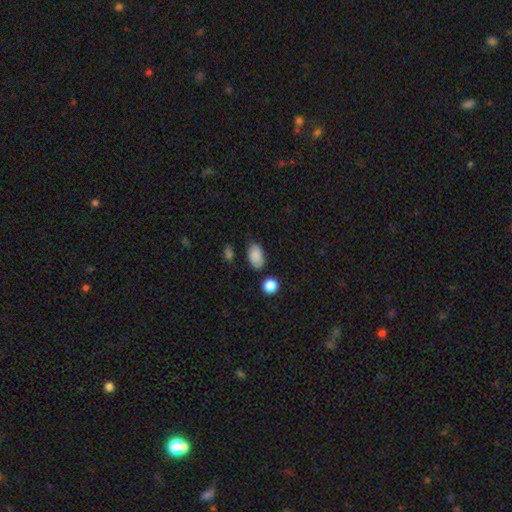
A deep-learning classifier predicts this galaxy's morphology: smooth_or_featured: smooth (p=0.87) [alt: star or artifact p=0.08]
how_rounded: in between (p=0.90) [alt: round p=0.08]
merging: none (p=0.75) [alt: minor disturbance p=0.17]